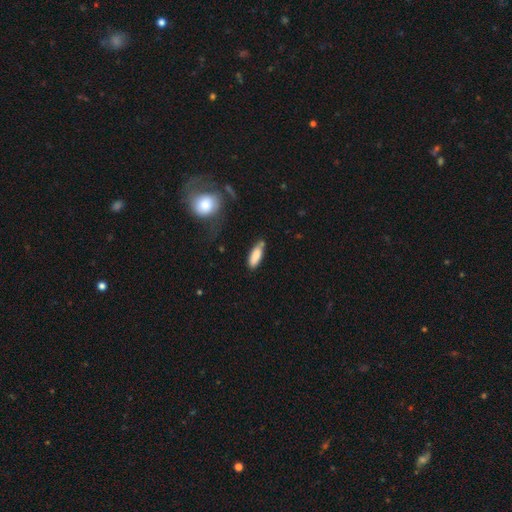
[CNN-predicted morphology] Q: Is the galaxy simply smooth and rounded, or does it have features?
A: smooth — 84%.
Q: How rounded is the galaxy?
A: in between — 61%.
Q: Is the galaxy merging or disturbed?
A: none — 63%.